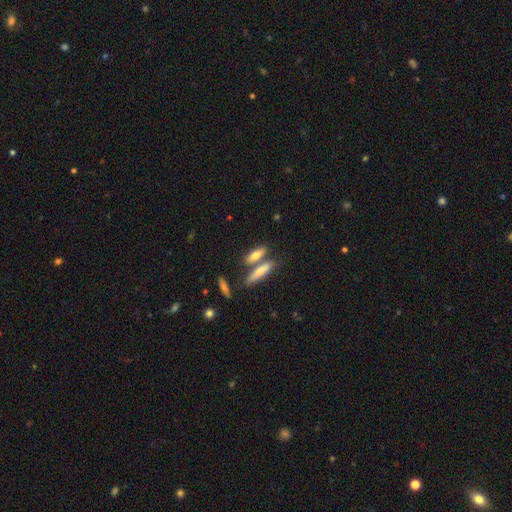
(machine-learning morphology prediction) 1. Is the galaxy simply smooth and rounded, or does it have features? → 70% smooth, 22% featured or disk, 7% star or artifact.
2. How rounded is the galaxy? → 58% cigar-shaped, 38% in between, 4% round.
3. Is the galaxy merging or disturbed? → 56% none, 30% merger, 10% minor disturbance, 4% major disturbance.